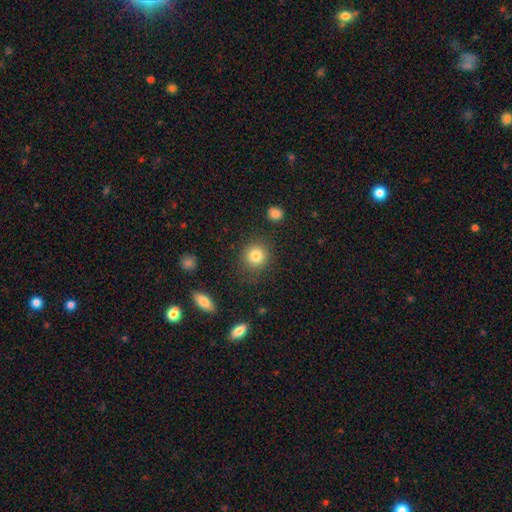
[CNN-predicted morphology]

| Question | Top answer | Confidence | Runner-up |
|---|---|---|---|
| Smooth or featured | smooth | 83% | star or artifact (11%) |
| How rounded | round | 91% | in between (8%) |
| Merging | none | 85% | minor disturbance (9%) |